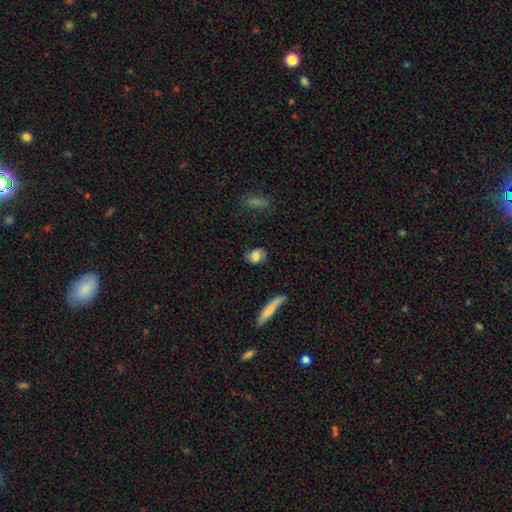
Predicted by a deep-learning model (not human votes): smooth_or_featured: smooth (p=0.70) [alt: featured or disk p=0.22]
how_rounded: in between (p=0.59) [alt: round p=0.37]
merging: none (p=0.73) [alt: minor disturbance p=0.19]